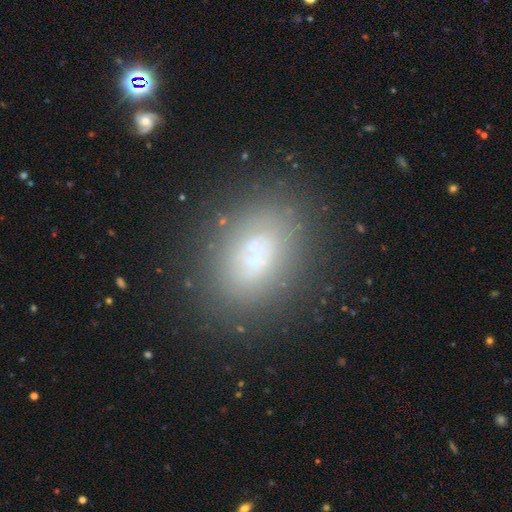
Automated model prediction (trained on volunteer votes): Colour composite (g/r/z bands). It shows a smooth galaxy with no disk features (56%) that is in between round and cigar-shaped (75%). Merging: none (74%).